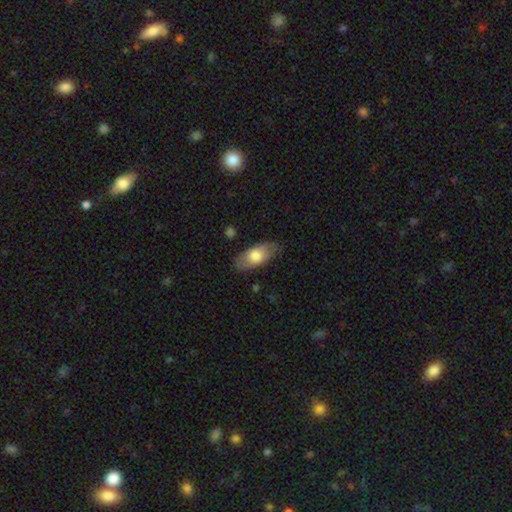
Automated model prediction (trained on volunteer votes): This is likely a smooth galaxy (68%). How rounded: clearly in between (88%). Merging: likely none (78%).